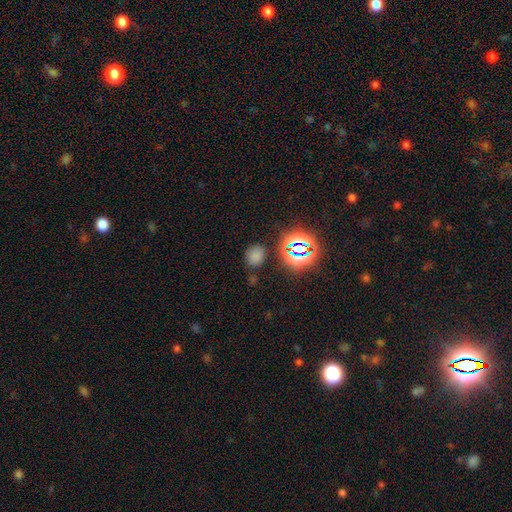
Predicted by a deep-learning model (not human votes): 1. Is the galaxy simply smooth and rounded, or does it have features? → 67% smooth, 27% star or artifact, 6% featured or disk.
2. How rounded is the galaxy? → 63% round, 35% in between, 1% cigar-shaped.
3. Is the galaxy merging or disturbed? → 80% none, 12% minor disturbance, 4% major disturbance, 4% merger.